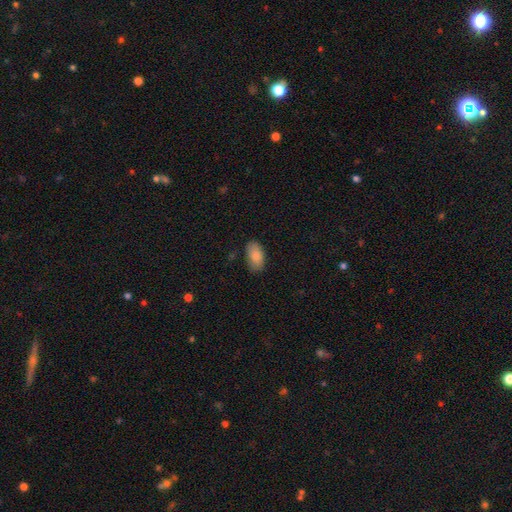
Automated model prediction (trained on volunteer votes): Q: Smooth or featured?
A: smooth (86%); runner-up: featured or disk (8%)
Q: How rounded?
A: in between (94%); runner-up: round (4%)
Q: Merging?
A: none (81%); runner-up: minor disturbance (15%)